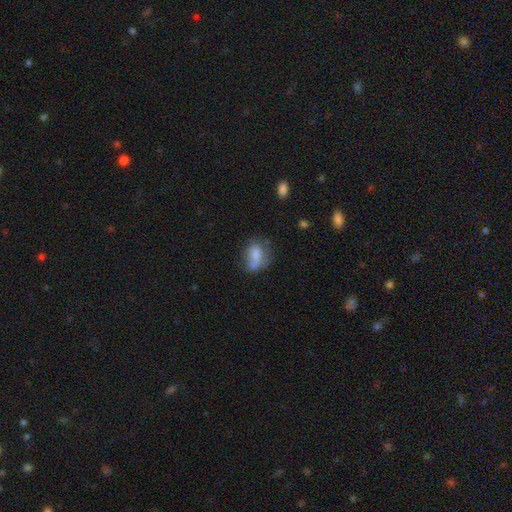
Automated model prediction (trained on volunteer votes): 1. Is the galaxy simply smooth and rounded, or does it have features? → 70% smooth, 20% featured or disk, 10% star or artifact.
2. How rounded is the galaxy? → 78% in between, 18% round, 4% cigar-shaped.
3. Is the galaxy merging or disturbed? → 38% none, 30% minor disturbance, 22% major disturbance, 10% merger.